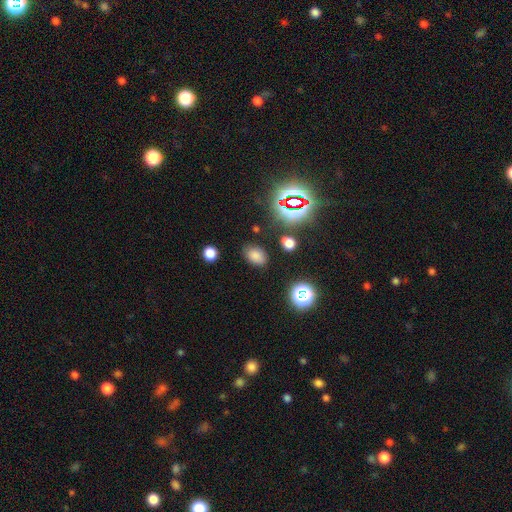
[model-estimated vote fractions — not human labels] A smooth galaxy with no disk features (74%) that is in between round and cigar-shaped (81%). Merging: none (81%).